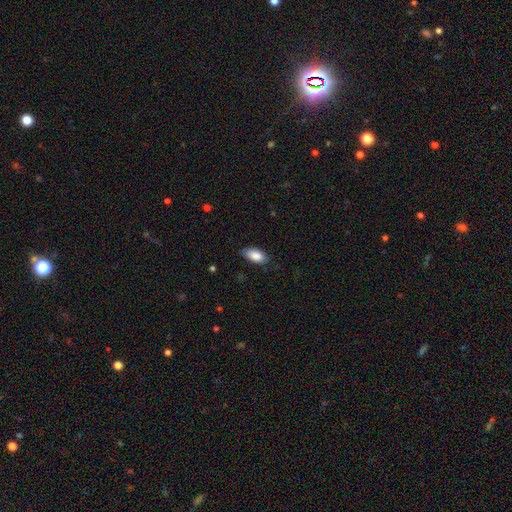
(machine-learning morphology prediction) Smooth or featured? Predicted: smooth (p=0.87). How rounded? Predicted: in between (p=0.91). Merging? Predicted: none (p=0.77).